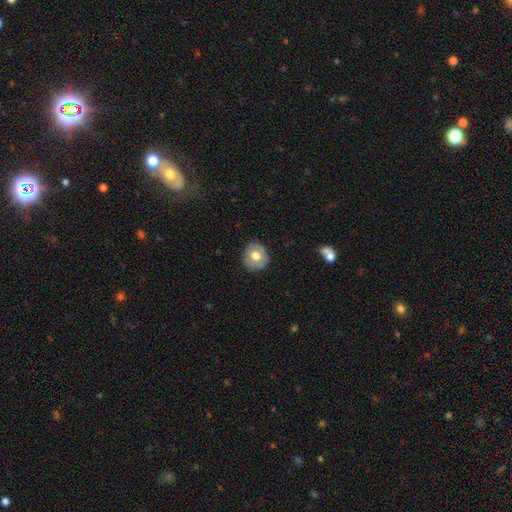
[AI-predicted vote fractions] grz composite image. It shows a smooth galaxy with no disk features (69%) that is round (82%). Merging: none (84%).